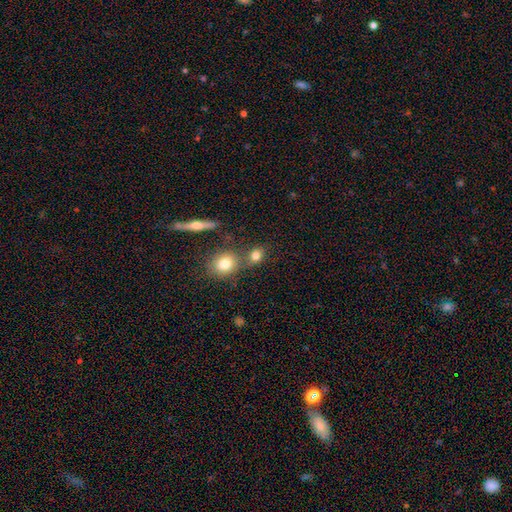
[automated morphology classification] The model was most divided on "how rounded": round: 62%, in between: 35%, cigar-shaped: 3%. More confident: smooth or featured — smooth (80%); merging — none (58%).